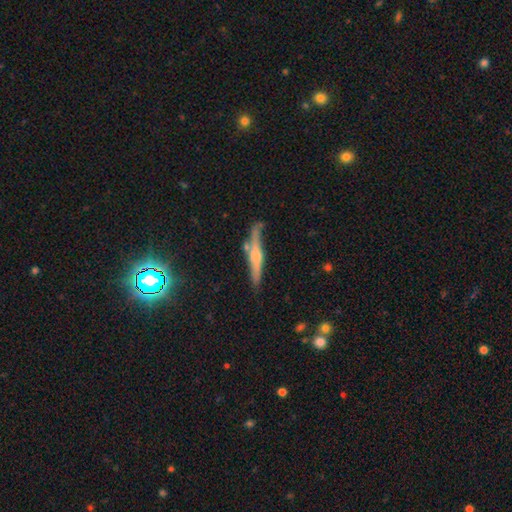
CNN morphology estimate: A featured or disk galaxy (60%) viewed edge-on (93%) with a rounded central bulge (72%).

Vote fractions:
- Smooth or featured? featured or disk: 60% / smooth: 31% / star or artifact: 8%
- Edge-on disk? yes: 93% / no: 7%
- Edge-on bulge? rounded: 72% / none: 15% / boxy: 13%
- Merging? none: 70% / minor disturbance: 18% / merger: 7% / major disturbance: 5%